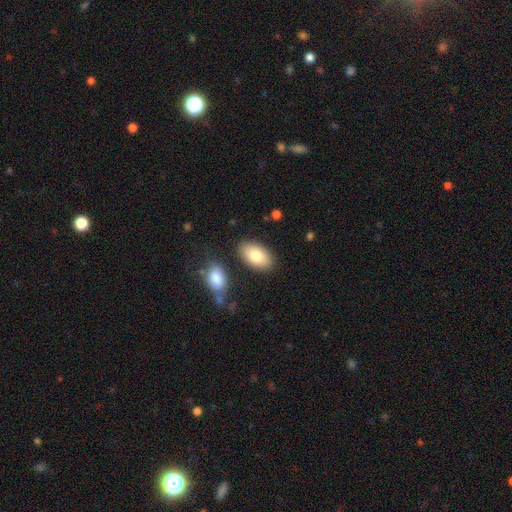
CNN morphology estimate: Smooth or featured?
  - smooth: 81% *
  - featured or disk: 12%
  - star or artifact: 6%
How rounded?
  - in between: 94% *
  - round: 4%
  - cigar-shaped: 2%
Merging?
  - none: 83% *
  - minor disturbance: 10%
  - merger: 5%
  - major disturbance: 3%